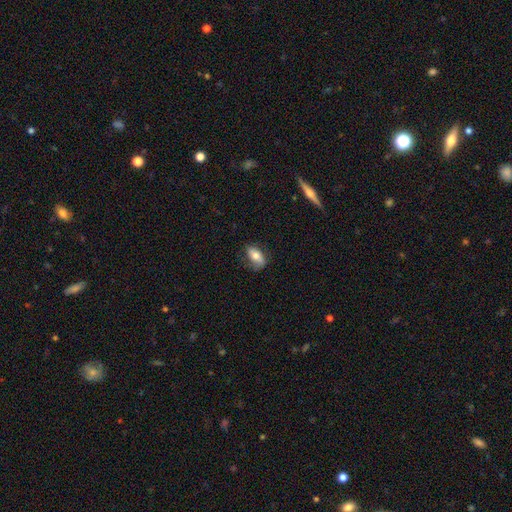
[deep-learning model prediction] Smooth or featured? smooth (67%)
How rounded? in between (88%)
Merging? none (64%)